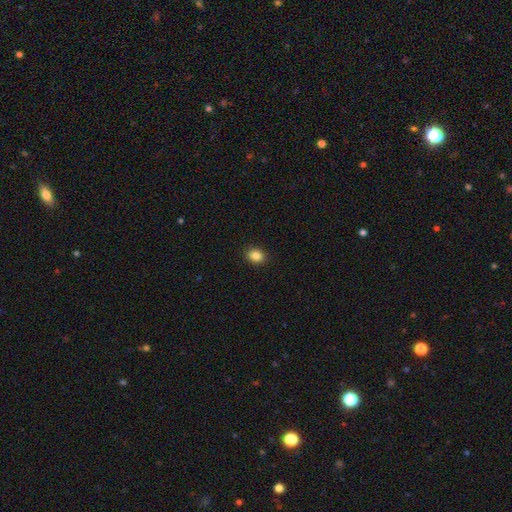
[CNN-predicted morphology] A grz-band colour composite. It shows a smooth galaxy with no disk features (86%) that is in between round and cigar-shaped (57%). Merging: none (91%).